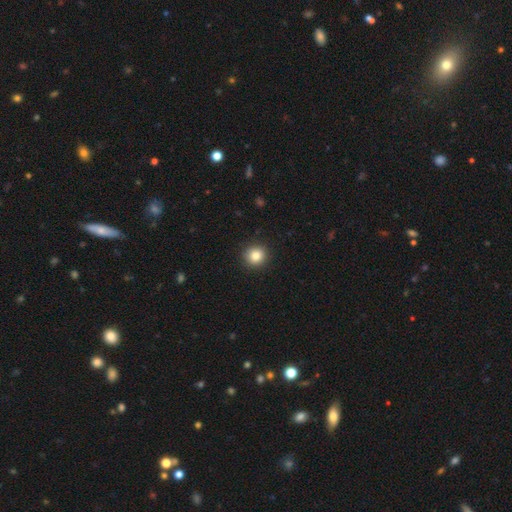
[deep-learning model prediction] Smooth or featured?
  - smooth: 84% *
  - star or artifact: 10%
  - featured or disk: 6%
How rounded?
  - round: 93% *
  - in between: 6%
  - cigar-shaped: 1%
Merging?
  - none: 92% *
  - minor disturbance: 5%
  - major disturbance: 2%
  - merger: 1%